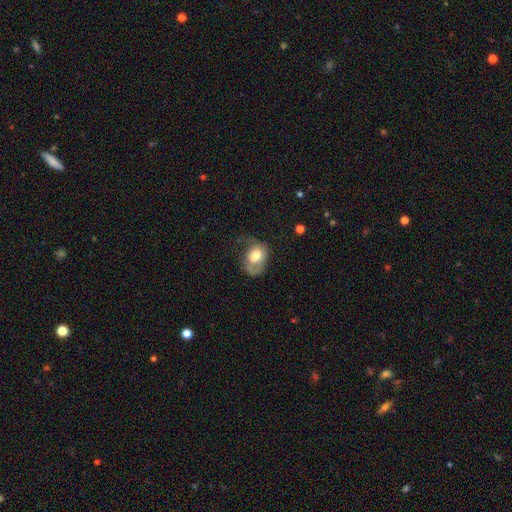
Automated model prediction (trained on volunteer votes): smooth-or-featured: smooth: 62% | featured or disk: 31% | star or artifact: 7%
  how-rounded: in between: 68% | round: 31% | cigar-shaped: 1%
  merging: major disturbance: 39% | none: 30% | minor disturbance: 29% | merger: 2%